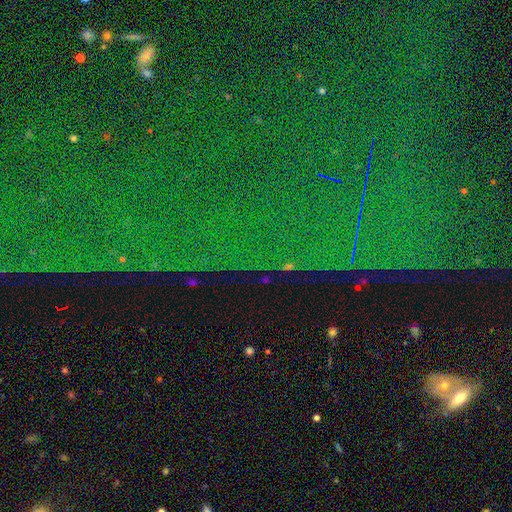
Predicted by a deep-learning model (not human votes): star or artifact 85%, featured or disk 8%, smooth 7%.